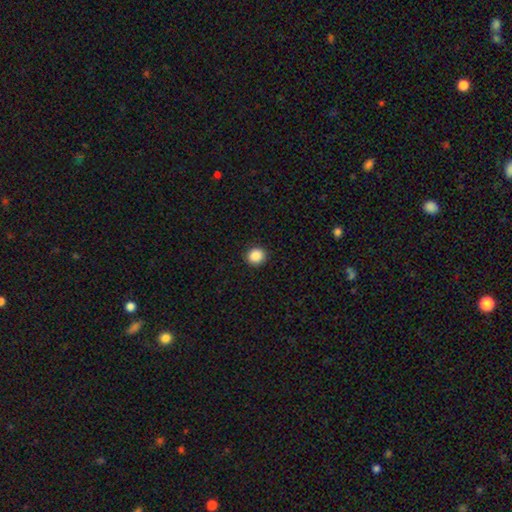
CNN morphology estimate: This appears to be a smooth galaxy with no disk features (88%) that is round (89%). Merging: none (92%).